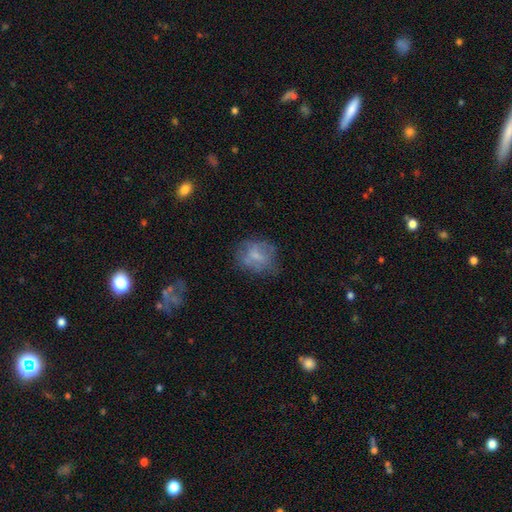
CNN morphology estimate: smooth_or_featured: smooth (p=0.53) [alt: featured or disk p=0.37]
how_rounded: round (p=0.60) [alt: in between p=0.39]
merging: none (p=0.58) [alt: minor disturbance p=0.24]